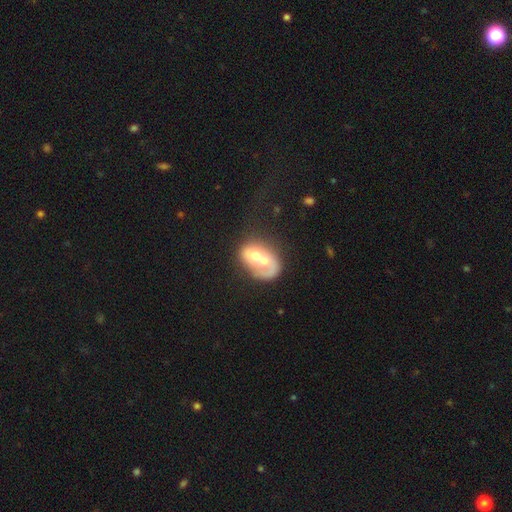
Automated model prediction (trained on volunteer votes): This appears to be a featured or disk galaxy (50%). Merging: merger (68%).